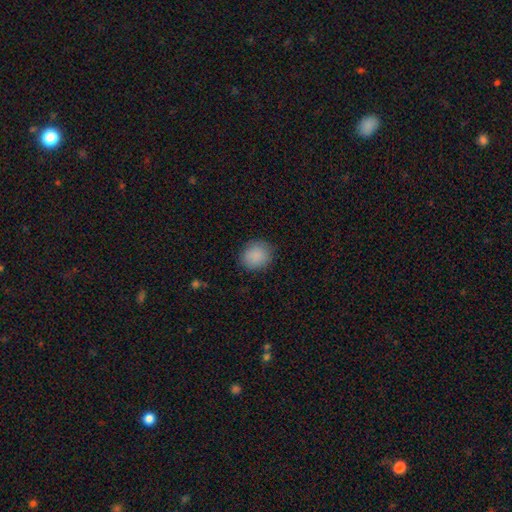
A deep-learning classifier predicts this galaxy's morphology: smooth-or-featured: smooth: 88% | star or artifact: 8% | featured or disk: 3%
  how-rounded: round: 80% | in between: 19% | cigar-shaped: 1%
  merging: none: 87% | minor disturbance: 10% | major disturbance: 3% | merger: 1%